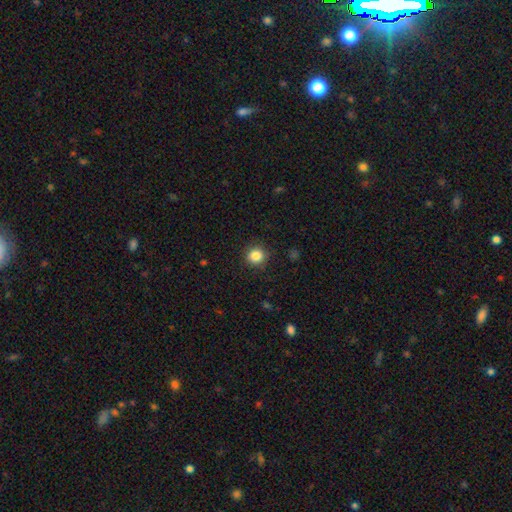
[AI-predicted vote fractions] Smooth or featured?
  - smooth: 85% *
  - star or artifact: 11%
  - featured or disk: 4%
How rounded?
  - round: 91% *
  - in between: 8%
  - cigar-shaped: 1%
Merging?
  - none: 89% *
  - minor disturbance: 7%
  - major disturbance: 2%
  - merger: 1%